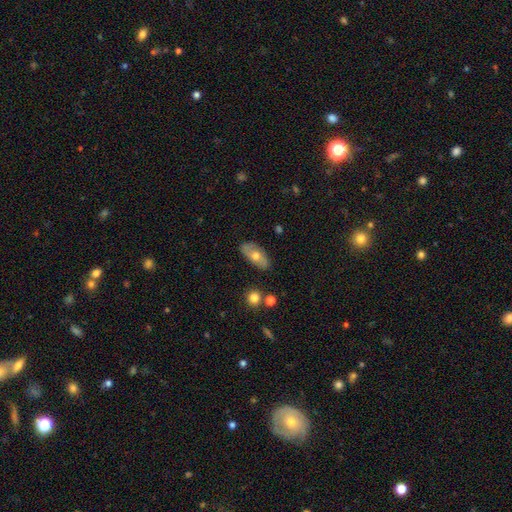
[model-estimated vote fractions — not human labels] This is possibly a smooth galaxy (57%). How rounded: clearly in between (85%). Merging: clearly none (80%).